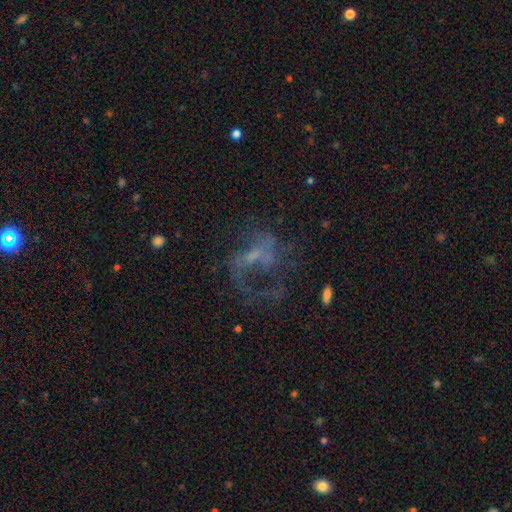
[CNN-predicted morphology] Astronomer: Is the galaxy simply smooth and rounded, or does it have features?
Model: featured or disk — 65%.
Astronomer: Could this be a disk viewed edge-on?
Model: no — 97%.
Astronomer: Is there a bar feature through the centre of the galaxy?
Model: no — 55% (runner-up: weak, 34%).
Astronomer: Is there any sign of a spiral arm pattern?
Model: yes — 54% (runner-up: no, 46%).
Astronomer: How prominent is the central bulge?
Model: none — 44% (runner-up: small, 35%).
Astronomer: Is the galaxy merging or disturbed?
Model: major disturbance — 47% (runner-up: none, 34%).